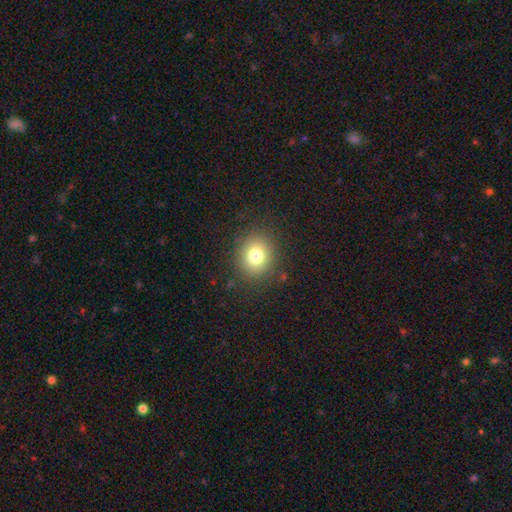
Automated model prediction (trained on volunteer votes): Overall: smooth (78%). How rounded: round (75%). Merging: none (87%).